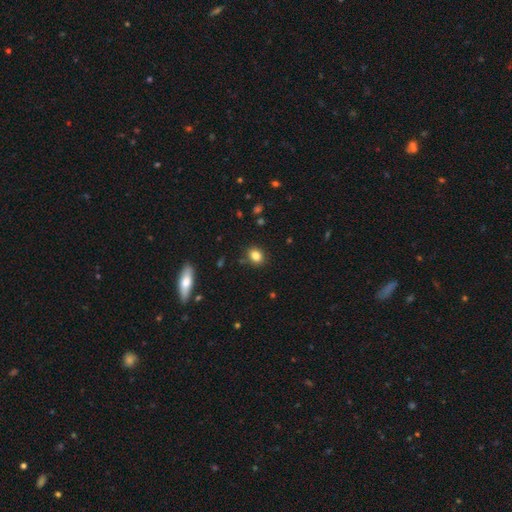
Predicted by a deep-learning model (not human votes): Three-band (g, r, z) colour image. It shows a smooth galaxy with no disk features (84%) that is round (50%). Merging: none (86%).